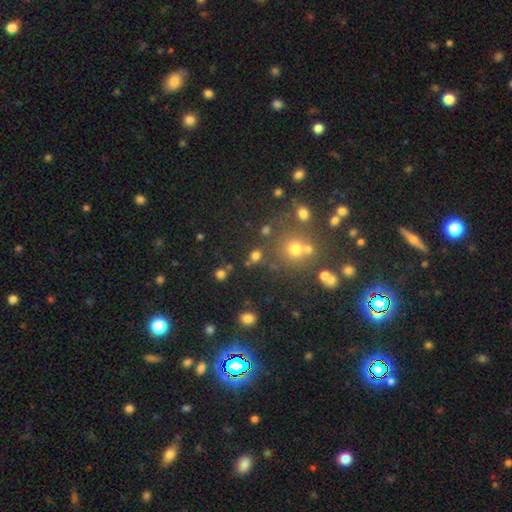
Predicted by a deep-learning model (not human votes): Q: Smooth or featured?
A: smooth (70%); runner-up: star or artifact (22%)
Q: How rounded?
A: round (72%); runner-up: in between (26%)
Q: Merging?
A: none (72%); runner-up: merger (13%)